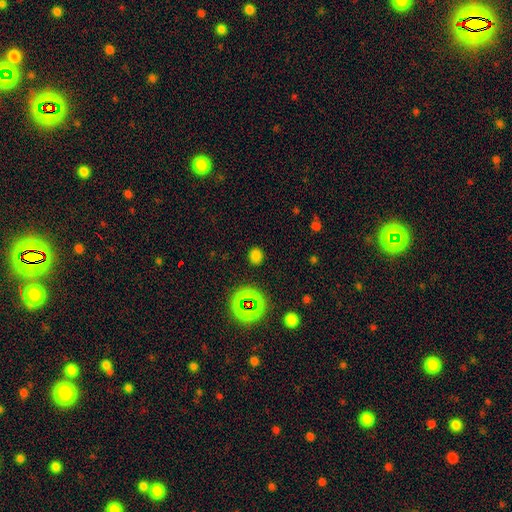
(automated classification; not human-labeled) Morphology: type=smooth (68%); roundness=round (74%); merging=none (88%).